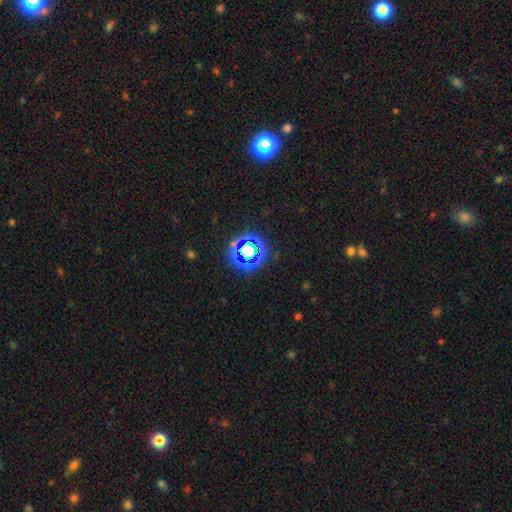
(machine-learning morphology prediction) Smooth or featured? Predicted: star or artifact (p=0.64).